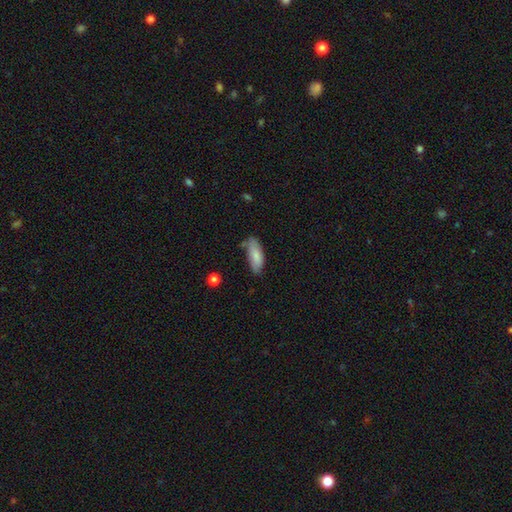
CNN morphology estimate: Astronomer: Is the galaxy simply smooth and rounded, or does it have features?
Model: smooth — 82%.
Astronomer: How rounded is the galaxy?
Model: in between — 75%.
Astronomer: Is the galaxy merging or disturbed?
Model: none — 60%.